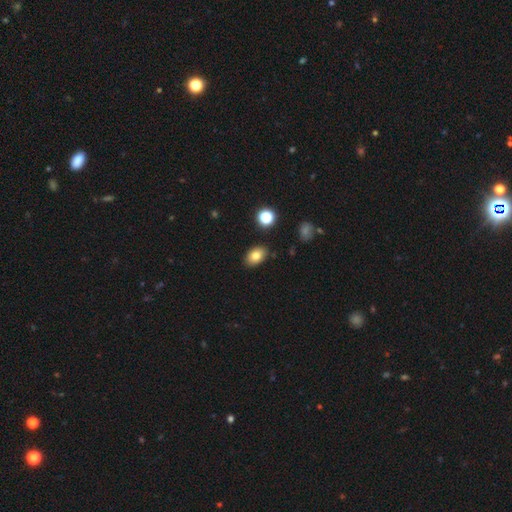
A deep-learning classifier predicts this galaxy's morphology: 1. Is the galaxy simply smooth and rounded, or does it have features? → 80% smooth, 10% star or artifact, 10% featured or disk.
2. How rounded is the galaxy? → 84% in between, 14% round, 1% cigar-shaped.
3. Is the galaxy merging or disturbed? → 86% none, 9% minor disturbance, 2% major disturbance, 2% merger.